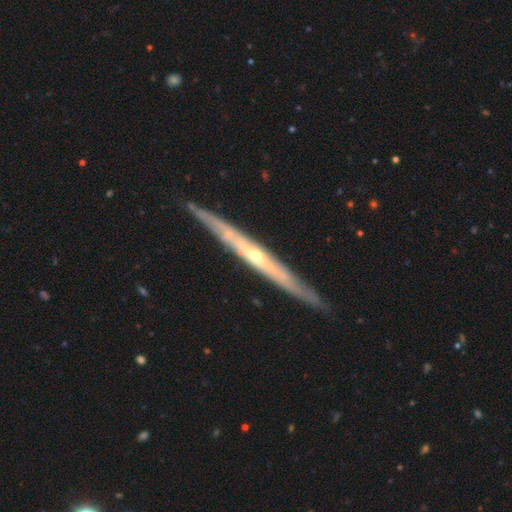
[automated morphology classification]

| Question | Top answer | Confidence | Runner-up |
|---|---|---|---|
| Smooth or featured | featured or disk | 82% | smooth (13%) |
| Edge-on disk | yes | 90% | no (10%) |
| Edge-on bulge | rounded | 58% | none (38%) |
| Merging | none | 86% | minor disturbance (11%) |